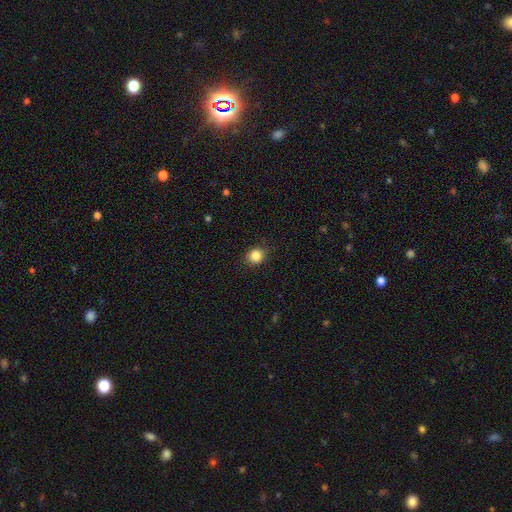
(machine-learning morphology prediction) The model was most divided on "how rounded": round: 77%, in between: 22%, cigar-shaped: 1%. More confident: merging — none (85%); smooth or featured — smooth (85%).